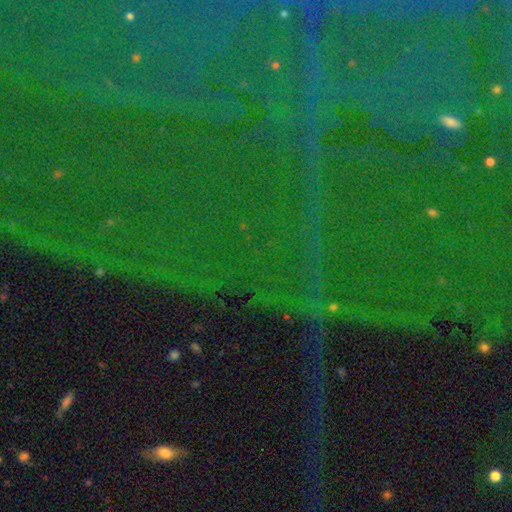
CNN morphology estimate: Overall: star or artifact (86%).